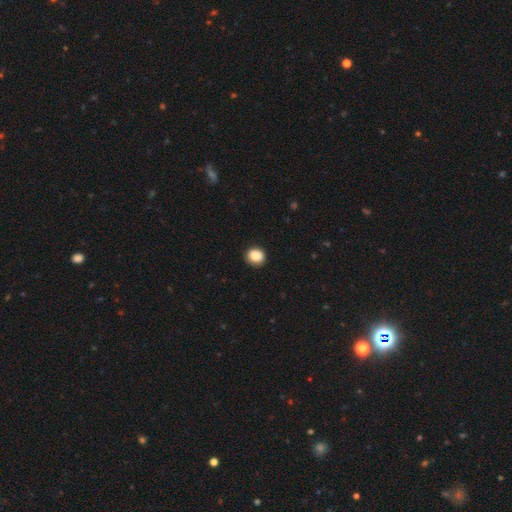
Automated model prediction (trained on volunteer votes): A smooth galaxy with no disk features (88%) that is round (77%). Merging: none (87%).